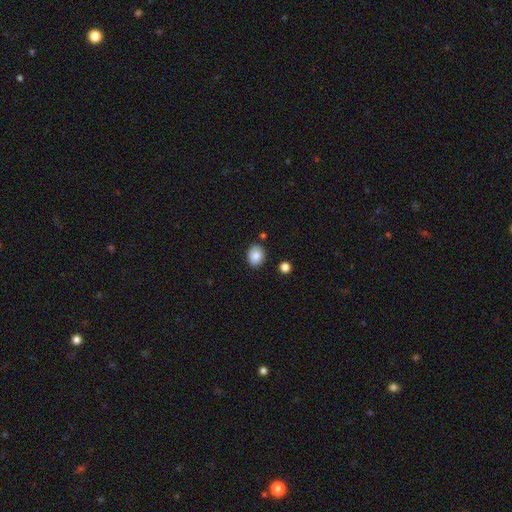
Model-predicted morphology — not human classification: smooth 86%, star or artifact 8%, featured or disk 6%. Down the decision tree: how rounded — in between (56%); merging — none (83%).